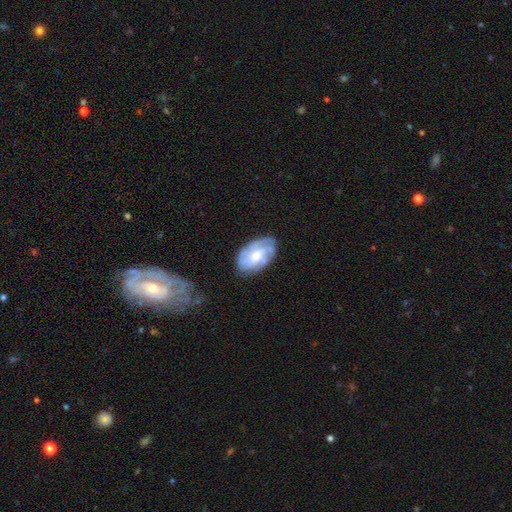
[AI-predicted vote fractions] This appears to be a featured or disk galaxy (56%) with no bar (69%), spiral arms (80%) and a moderate central bulge (54%). Merging: none (71%).